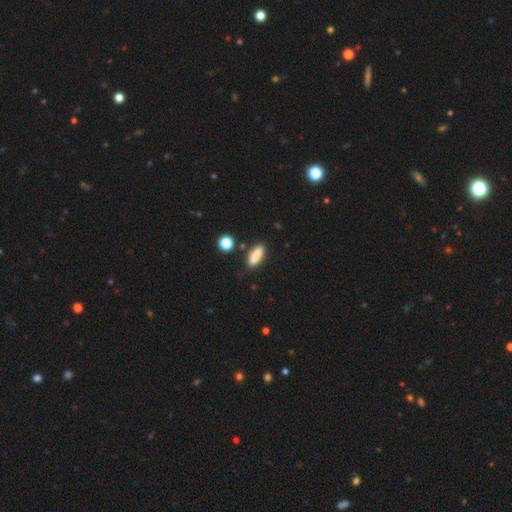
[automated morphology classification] This appears to be a smooth galaxy with no disk features (84%) that is cigar-shaped (56%). Merging: none (81%).